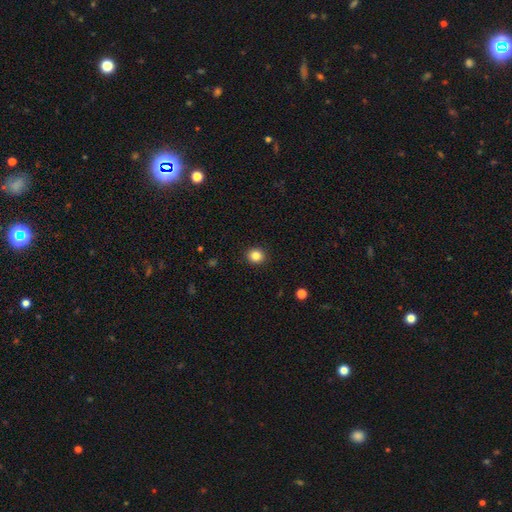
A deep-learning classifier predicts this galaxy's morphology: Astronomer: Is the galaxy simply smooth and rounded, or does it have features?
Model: smooth — 84%.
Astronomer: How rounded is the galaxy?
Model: round — 83%.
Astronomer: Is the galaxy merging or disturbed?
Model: none — 92%.